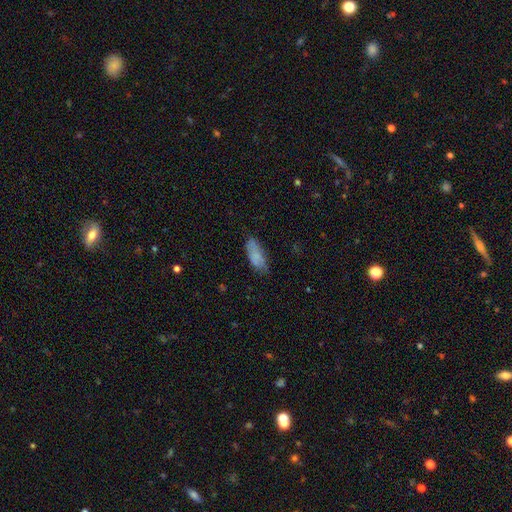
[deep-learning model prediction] The model was most divided on "merging": none: 70%, minor disturbance: 22%, major disturbance: 5%, merger: 2%. More confident: how rounded — in between (79%); smooth or featured — smooth (79%).